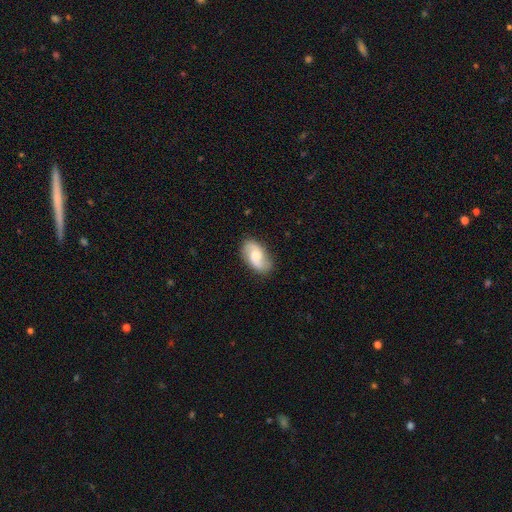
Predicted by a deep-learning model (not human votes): smooth_or_featured: featured or disk (p=0.57) [alt: smooth p=0.37]
disk_edge_on: no (p=0.95) [alt: yes p=0.05]
bar: no (p=0.59) [alt: weak p=0.34]
has_spiral_arms: yes (p=0.88) [alt: no p=0.12]
bulge_size: moderate (p=0.60) [alt: small p=0.28]
merging: none (p=0.82) [alt: minor disturbance p=0.14]